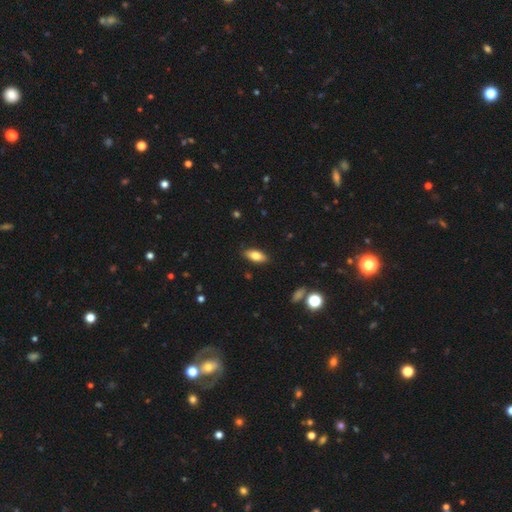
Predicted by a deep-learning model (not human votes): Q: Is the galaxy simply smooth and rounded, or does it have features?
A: smooth — 78%.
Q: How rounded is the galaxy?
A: in between — 82%.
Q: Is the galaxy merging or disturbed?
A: none — 87%.